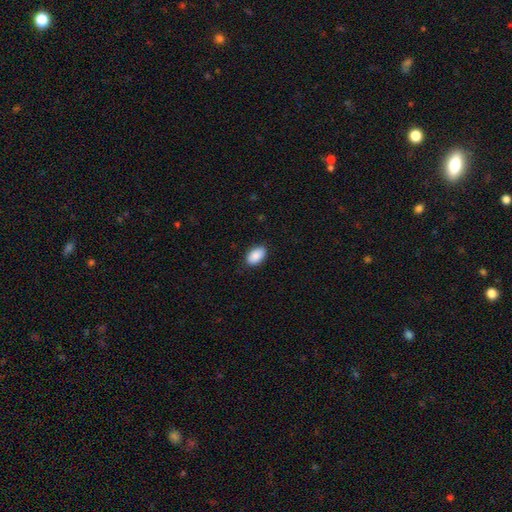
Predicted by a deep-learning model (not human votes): smooth_or_featured: smooth (p=0.90) [alt: star or artifact p=0.07]
how_rounded: in between (p=0.92) [alt: round p=0.07]
merging: none (p=0.87) [alt: minor disturbance p=0.10]